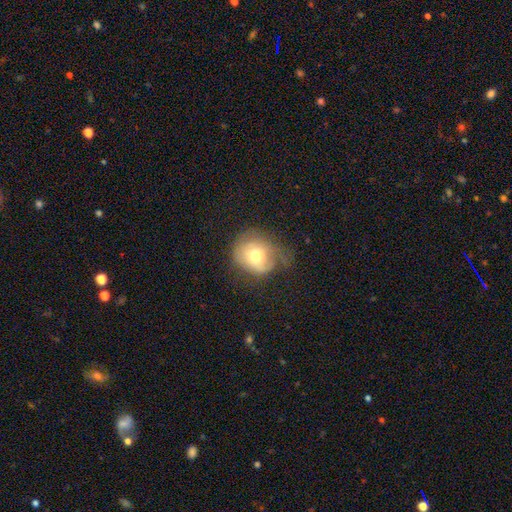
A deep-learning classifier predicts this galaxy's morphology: The model was most divided on "merging": none: 40%, minor disturbance: 33%, major disturbance: 25%, merger: 2%. More confident: how rounded — round (66%); smooth or featured — smooth (60%).